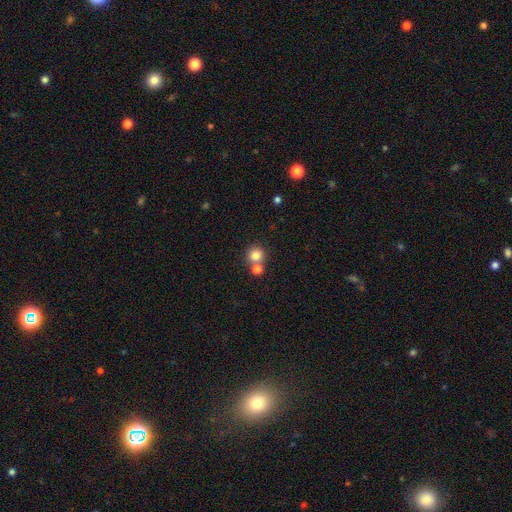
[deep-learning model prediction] Morphology: type=smooth (81%); roundness=round (90%); merging=none (56%).